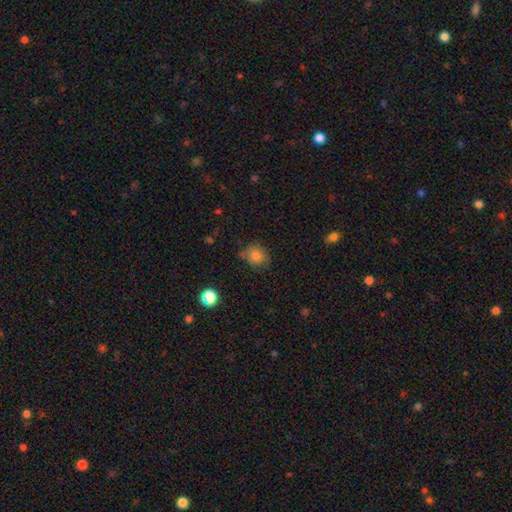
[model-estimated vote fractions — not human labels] smooth-or-featured: smooth: 81% | star or artifact: 12% | featured or disk: 8%
  how-rounded: round: 74% | in between: 25% | cigar-shaped: 1%
  merging: none: 67% | minor disturbance: 23% | major disturbance: 5% | merger: 4%